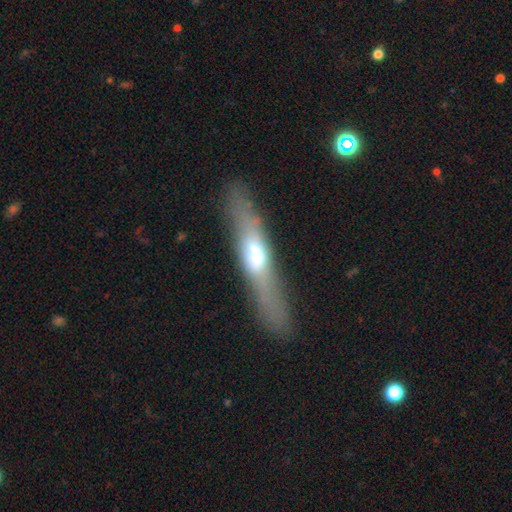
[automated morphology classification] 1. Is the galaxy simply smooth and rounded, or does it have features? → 58% featured or disk, 35% smooth, 7% star or artifact.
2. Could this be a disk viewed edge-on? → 84% yes, 16% no.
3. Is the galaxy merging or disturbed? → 84% none, 11% minor disturbance, 3% major disturbance, 2% merger.